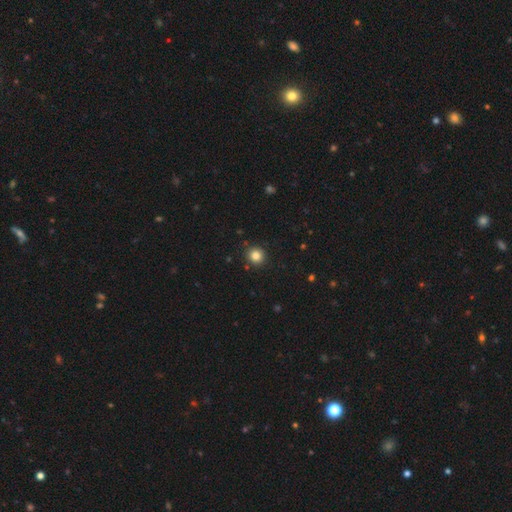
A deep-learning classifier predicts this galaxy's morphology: This appears to be a smooth galaxy with no disk features (83%) that is round (93%). Merging: none (91%).